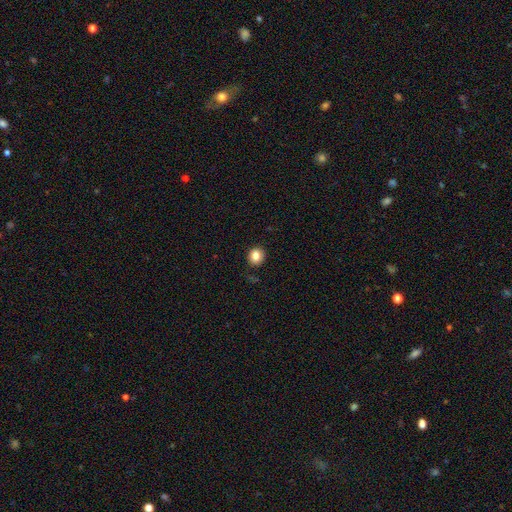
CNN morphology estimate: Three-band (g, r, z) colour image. It shows a smooth galaxy with no disk features (84%) that is round (80%). Merging: none (89%).